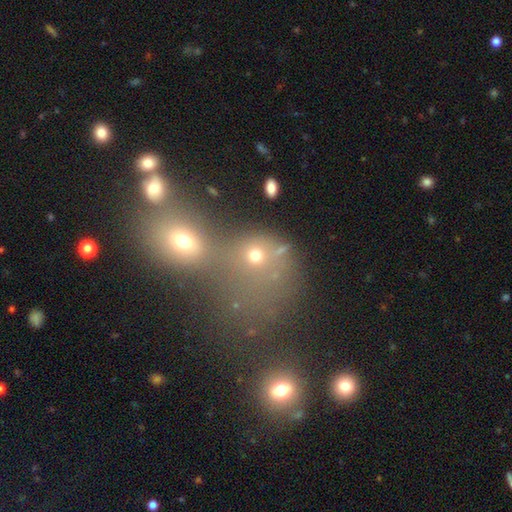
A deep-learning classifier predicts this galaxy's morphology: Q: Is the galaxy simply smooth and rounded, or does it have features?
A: smooth — 64%.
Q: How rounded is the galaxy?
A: round — 65%.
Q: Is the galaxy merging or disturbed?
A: merger — 59%.